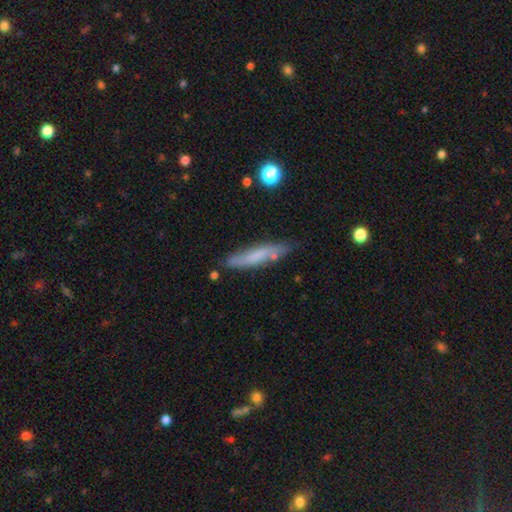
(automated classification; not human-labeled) smooth_or_featured: smooth (p=0.65) [alt: featured or disk p=0.28]
how_rounded: cigar-shaped (p=0.88) [alt: in between p=0.11]
merging: none (p=0.76) [alt: minor disturbance p=0.17]